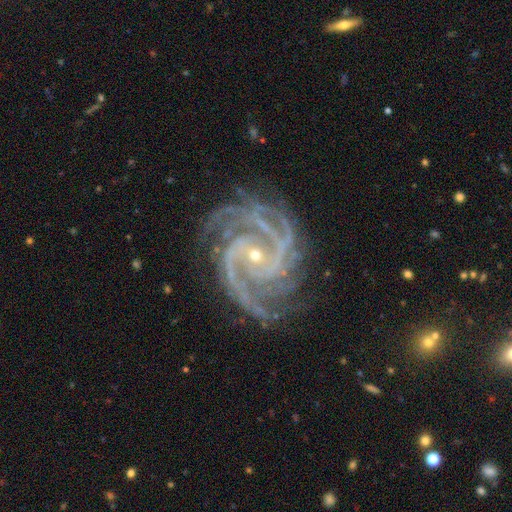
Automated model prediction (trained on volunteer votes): smooth-or-featured: featured or disk: 93% | star or artifact: 5% | smooth: 2%
  disk-edge-on: no: 98% | yes: 2%
    bar: no: 55% | weak: 29% | strong: 16%
    has-spiral-arms: yes: 99% | no: 1%
      spiral-winding: tight: 58% | medium: 37% | loose: 5%
      spiral-arm-count: 3: 24% | 2: 23% | 4: 20% | more than 4: 12% | can't tell: 12% | 1: 9%
    bulge-size: small: 82% | moderate: 15% | none: 1% | large: 1% | dominant: 1%
  merging: none: 73% | minor disturbance: 17% | major disturbance: 8% | merger: 2%